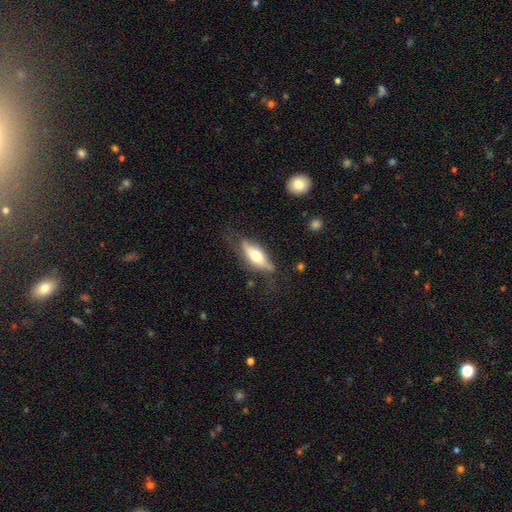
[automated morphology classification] smooth-or-featured: smooth: 48% | featured or disk: 46% | star or artifact: 6%
  merging: none: 60% | minor disturbance: 26% | major disturbance: 12% | merger: 2%